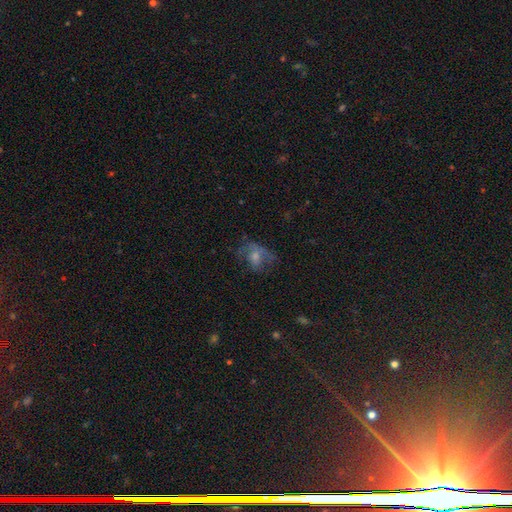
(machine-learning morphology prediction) A smooth galaxy with no disk features (47%).

Vote fractions:
- Smooth or featured? smooth: 47% / featured or disk: 40% / star or artifact: 13%
- Merging? none: 37% / major disturbance: 35% / minor disturbance: 25% / merger: 3%